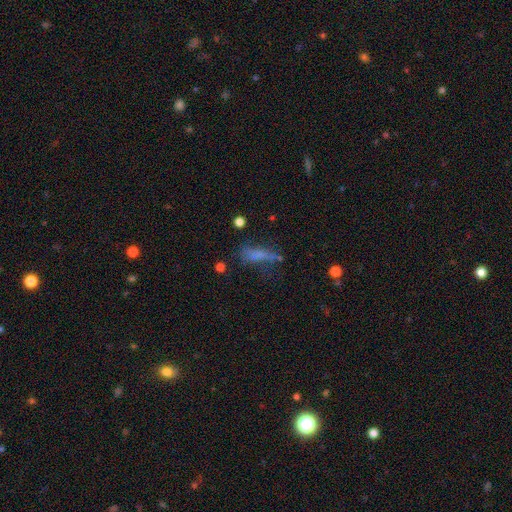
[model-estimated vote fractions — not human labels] Smooth or featured?
  - smooth: 52% *
  - featured or disk: 28%
  - star or artifact: 20%
How rounded?
  - cigar-shaped: 67% *
  - in between: 29%
  - round: 4%
Merging?
  - none: 47% *
  - minor disturbance: 25%
  - major disturbance: 21%
  - merger: 6%